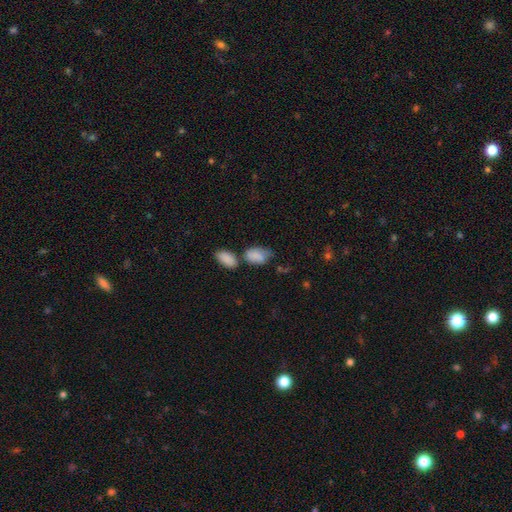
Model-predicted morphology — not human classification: This appears to be a smooth galaxy with no disk features (82%) that is in between round and cigar-shaped (88%). Merging: none (37%).